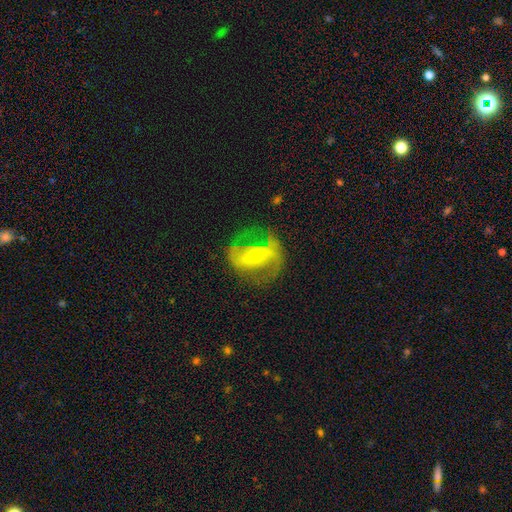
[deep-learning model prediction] smooth-or-featured: featured or disk: 77% | smooth: 15% | star or artifact: 7%
  disk-edge-on: no: 93% | yes: 7%
    bar: strong: 46% | weak: 28% | no: 26%
    has-spiral-arms: yes: 74% | no: 26%
      spiral-winding: medium: 44% | loose: 35% | tight: 21%
      spiral-arm-count: 2: 79% | can't tell: 12% | 1: 5% | 3: 2% | 4: 1% | more than 4: 1%
    bulge-size: small: 57% | moderate: 39% | large: 2% | none: 1% | dominant: 1%
  merging: none: 55% | major disturbance: 22% | minor disturbance: 20% | merger: 2%